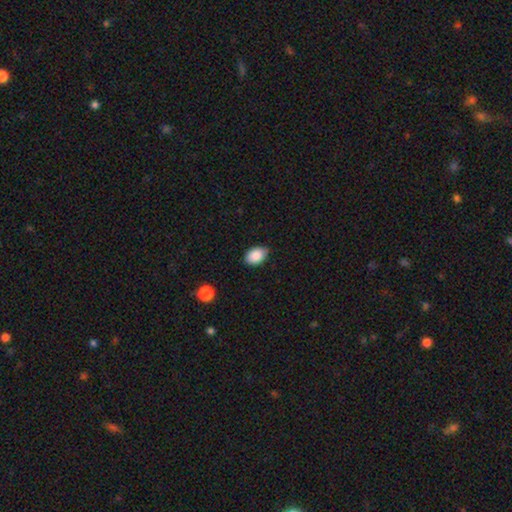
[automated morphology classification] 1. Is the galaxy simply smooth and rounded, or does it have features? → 88% smooth, 8% star or artifact, 4% featured or disk.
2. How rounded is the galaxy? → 83% in between, 16% round, 1% cigar-shaped.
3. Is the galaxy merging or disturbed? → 77% none, 19% minor disturbance, 3% major disturbance, 1% merger.